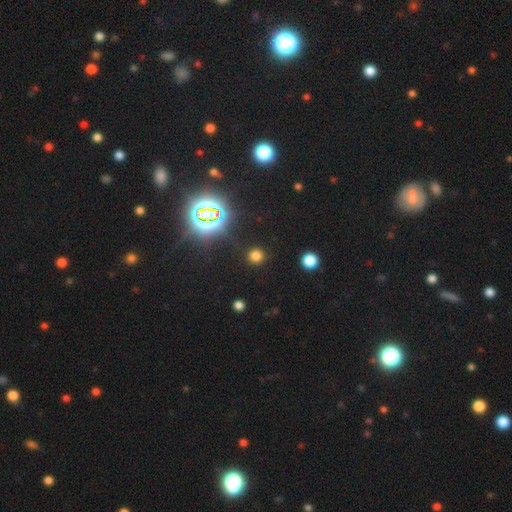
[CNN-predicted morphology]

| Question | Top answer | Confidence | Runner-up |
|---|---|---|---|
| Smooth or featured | smooth | 68% | star or artifact (27%) |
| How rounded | round | 92% | in between (7%) |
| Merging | none | 88% | minor disturbance (7%) |